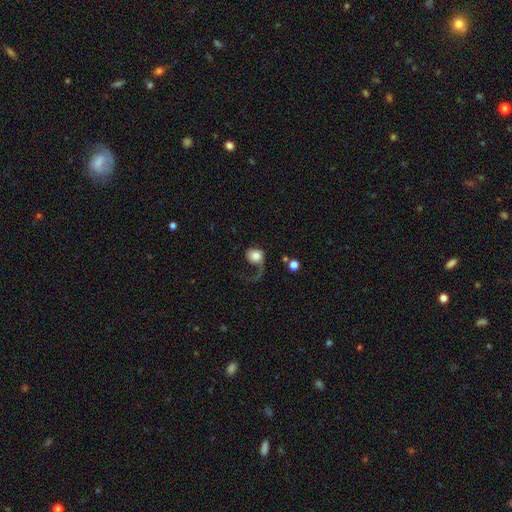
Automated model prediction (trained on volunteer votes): Smooth or featured? Predicted: smooth (p=0.59). How rounded? Predicted: round (p=0.64). Merging? Predicted: major disturbance (p=0.55).